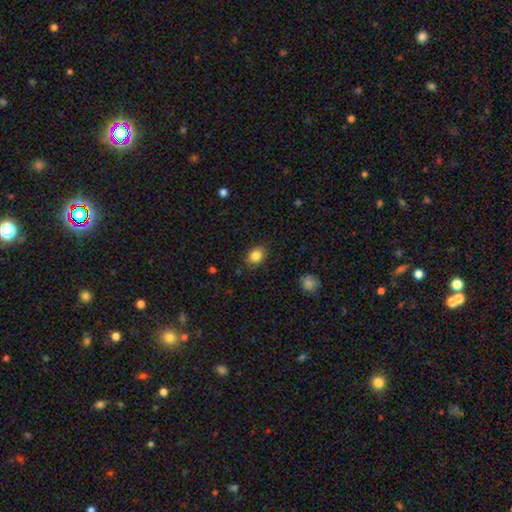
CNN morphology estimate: This appears to be a smooth galaxy with no disk features (85%) that is in between round and cigar-shaped (50%). Merging: none (84%).